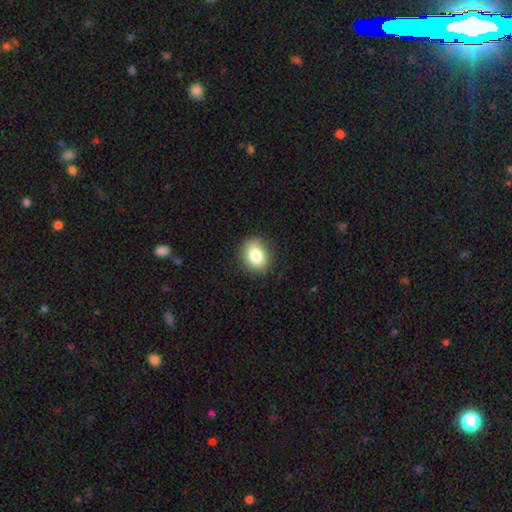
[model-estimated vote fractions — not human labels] Smooth or featured?
  - smooth: 82% *
  - star or artifact: 9%
  - featured or disk: 9%
How rounded?
  - in between: 58% *
  - round: 41%
  - cigar-shaped: 1%
Merging?
  - none: 86% *
  - minor disturbance: 10%
  - major disturbance: 3%
  - merger: 1%